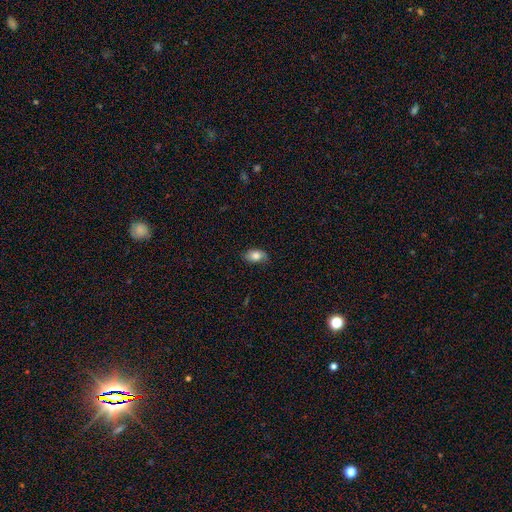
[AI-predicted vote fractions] Smooth or featured? smooth (83%)
How rounded? in between (87%)
Merging? none (78%)